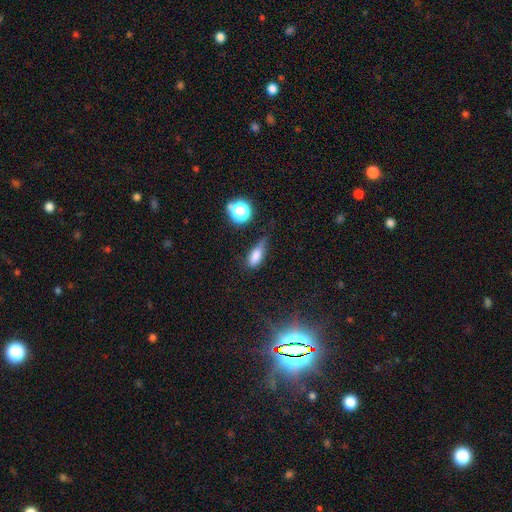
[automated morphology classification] smooth_or_featured: smooth (p=0.76) [alt: star or artifact p=0.14]
how_rounded: in between (p=0.72) [alt: cigar-shaped p=0.18]
merging: none (p=0.44) [alt: minor disturbance p=0.37]